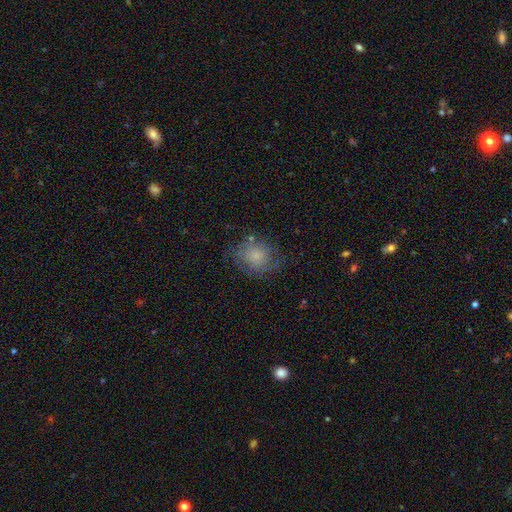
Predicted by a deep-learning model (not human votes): A smooth galaxy with no disk features (55%) that is round (66%).

Vote fractions:
- Smooth or featured? smooth: 55% / featured or disk: 34% / star or artifact: 11%
- How rounded? round: 66% / in between: 32% / cigar-shaped: 1%
- Merging? none: 62% / minor disturbance: 23% / major disturbance: 13% / merger: 2%